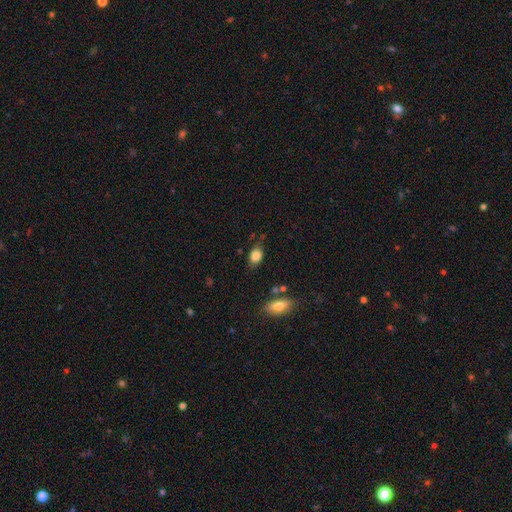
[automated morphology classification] Overall: smooth (85%). How rounded: in between (80%). Merging: none (71%).